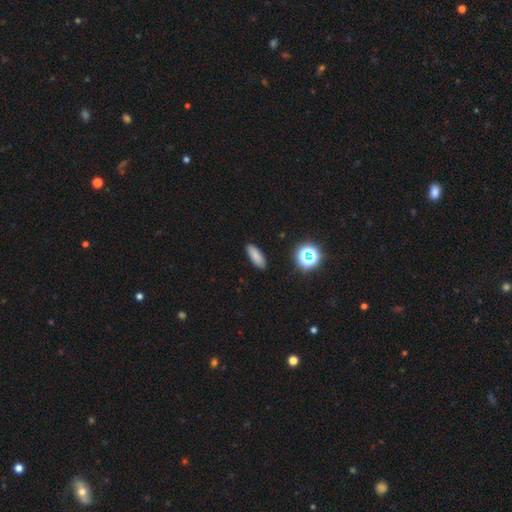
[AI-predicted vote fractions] Smooth or featured: smooth — 82% (star or artifact — 12%)
How rounded: in between — 69% (cigar-shaped — 28%)
Merging: none — 90% (minor disturbance — 7%)